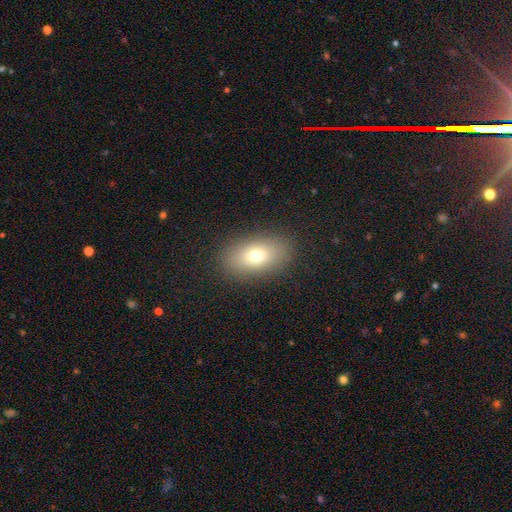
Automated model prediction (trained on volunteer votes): A smooth galaxy with no disk features (73%) that is in between round and cigar-shaped (86%). Merging: none (88%).